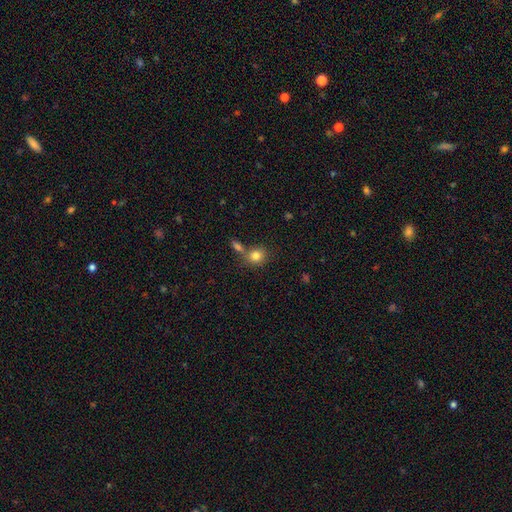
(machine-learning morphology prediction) Overall: smooth (81%). How rounded: round (72%). Merging: none (57%; merger 27%).